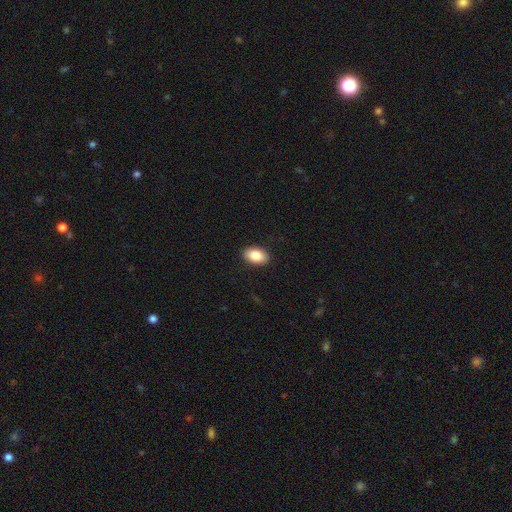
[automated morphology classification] type=smooth (86%); roundness=in between (91%); merging=none (90%).